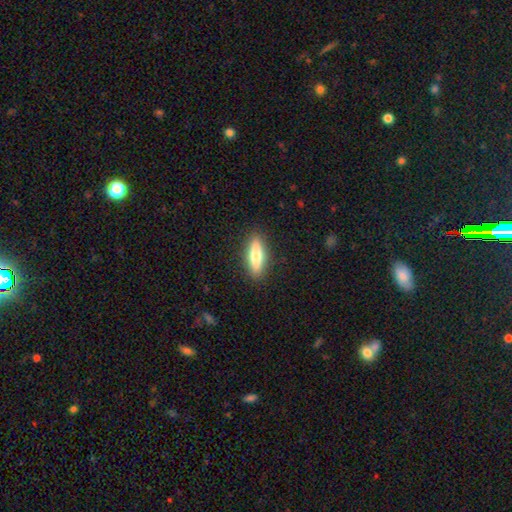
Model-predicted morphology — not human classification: smooth_or_featured: smooth (p=0.65) [alt: featured or disk p=0.29]
how_rounded: cigar-shaped (p=0.59) [alt: in between p=0.39]
merging: none (p=0.89) [alt: minor disturbance p=0.08]